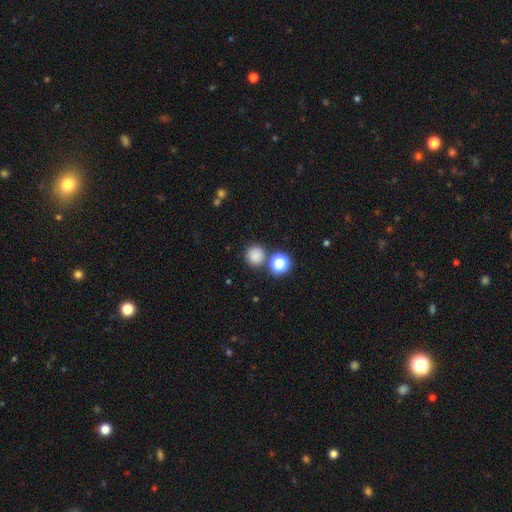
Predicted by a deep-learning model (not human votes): A smooth galaxy with no disk features (80%) that is round (92%). Merging: none (76%).